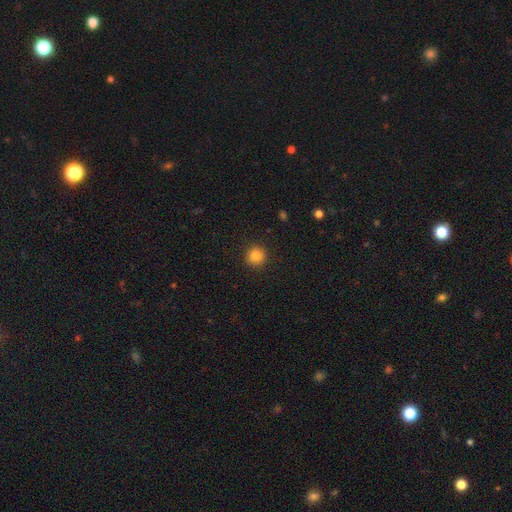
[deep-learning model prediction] Morphology: type=smooth (84%); roundness=round (93%); merging=none (91%).